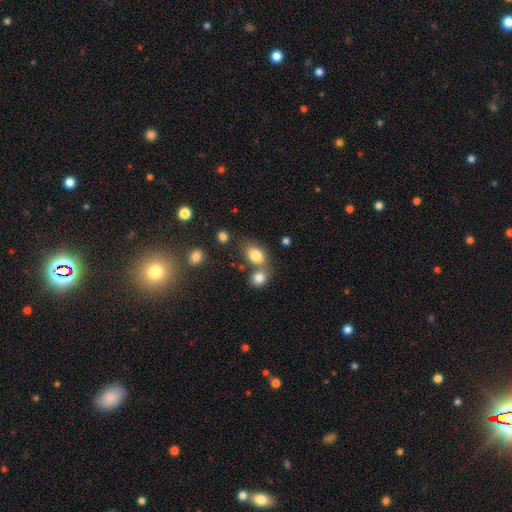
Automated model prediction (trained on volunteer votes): This appears to be a smooth galaxy with no disk features (82%) that is in between round and cigar-shaped (70%). Merging: none (50%).